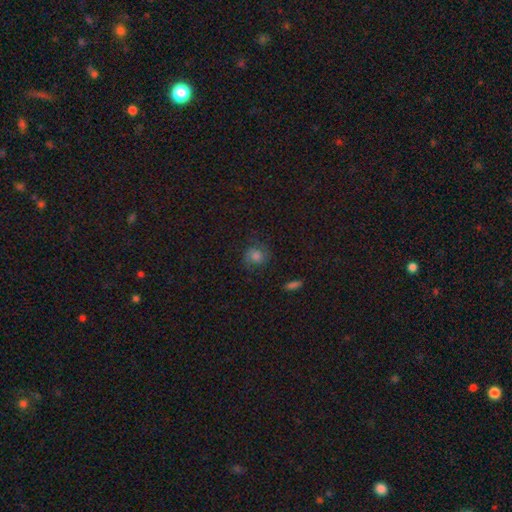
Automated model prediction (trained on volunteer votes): This is possibly a smooth galaxy (56%). How rounded: likely round (77%). Merging: likely none (72%).